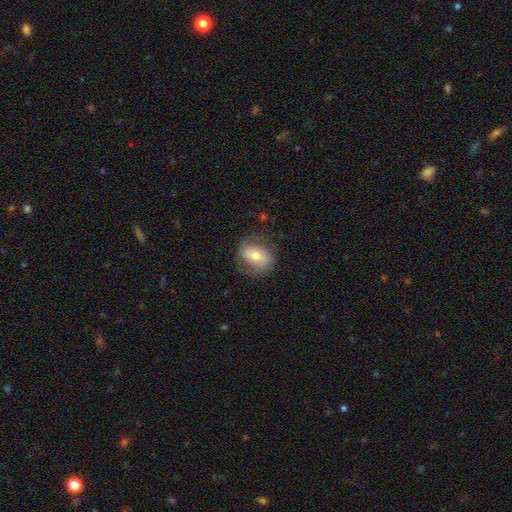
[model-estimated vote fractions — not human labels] Morphology: type=featured or disk (49%); merging=none (73%).